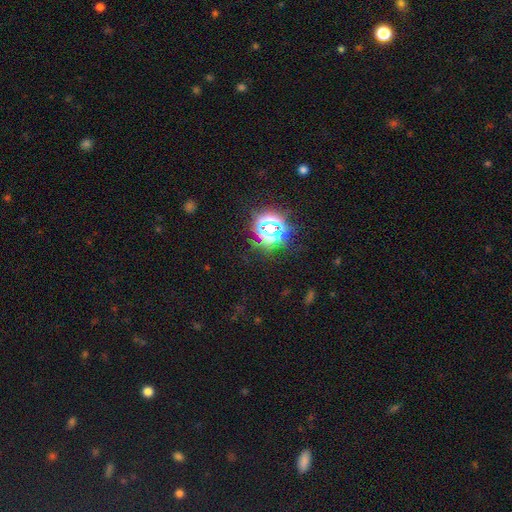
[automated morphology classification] This appears to be a star or artifact, not a galaxy (77%).